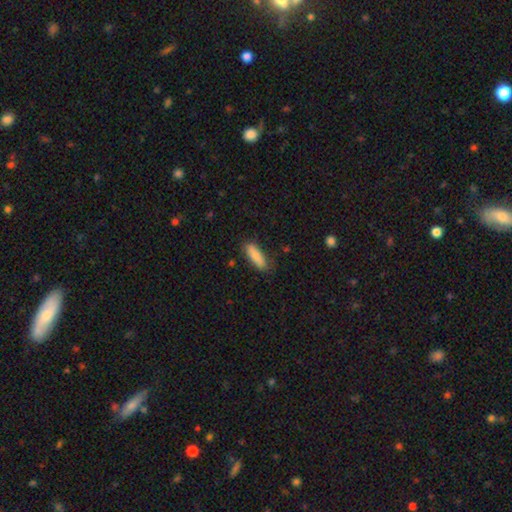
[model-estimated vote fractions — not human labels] A smooth galaxy with no disk features (84%) that is in between round and cigar-shaped (56%). Merging: none (82%).